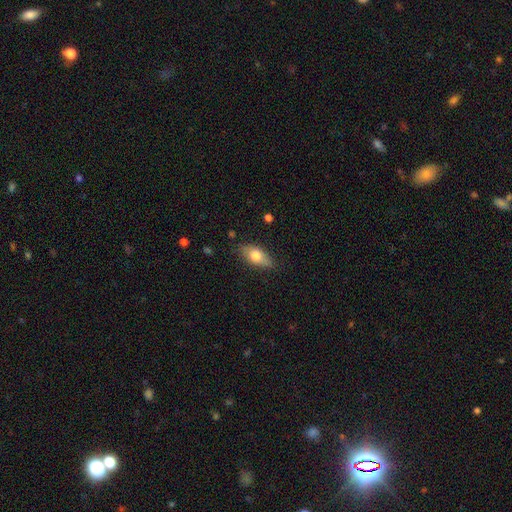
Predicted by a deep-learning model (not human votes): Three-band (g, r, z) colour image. It shows a smooth galaxy with no disk features (71%) that is in between round and cigar-shaped (84%). Merging: none (79%).